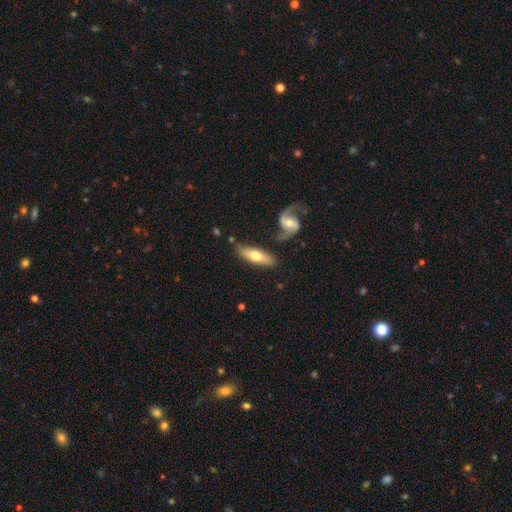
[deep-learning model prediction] smooth-or-featured: smooth: 57% | featured or disk: 38% | star or artifact: 5%
  how-rounded: in between: 54% | cigar-shaped: 43% | round: 3%
  merging: none: 73% | minor disturbance: 15% | merger: 9% | major disturbance: 4%